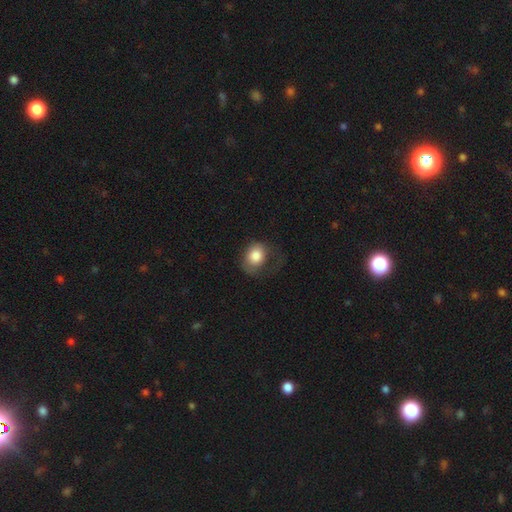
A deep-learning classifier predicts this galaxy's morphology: smooth_or_featured: smooth (p=0.79) [alt: featured or disk p=0.13]
how_rounded: round (p=0.55) [alt: in between p=0.44]
merging: none (p=0.37) [alt: major disturbance p=0.35]